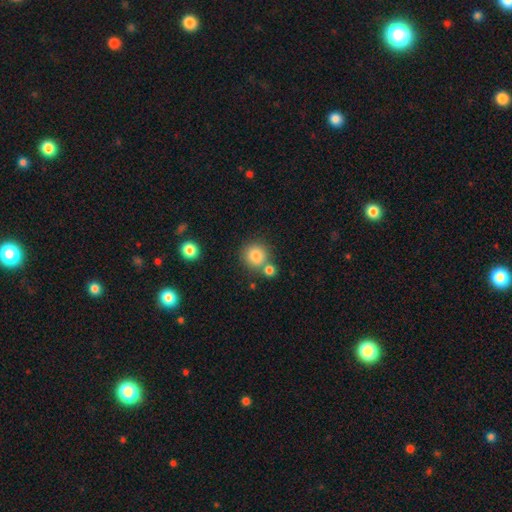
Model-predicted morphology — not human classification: Smooth or featured: smooth — 82% (star or artifact — 10%)
How rounded: round — 88% (in between — 11%)
Merging: none — 66% (merger — 21%)